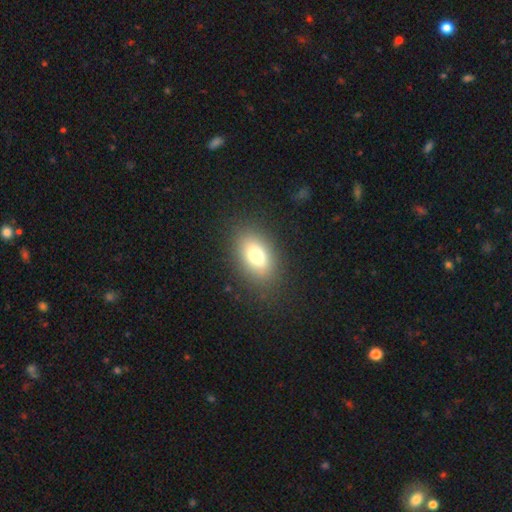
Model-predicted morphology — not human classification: A smooth galaxy with no disk features (74%) that is in between round and cigar-shaped (83%).

Vote fractions:
- Smooth or featured? smooth: 74% / featured or disk: 14% / star or artifact: 12%
- How rounded? in between: 83% / round: 15% / cigar-shaped: 2%
- Merging? none: 85% / minor disturbance: 9% / major disturbance: 5% / merger: 1%